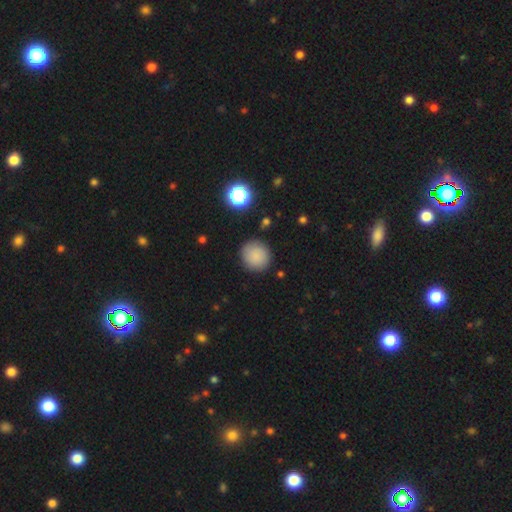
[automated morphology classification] This is clearly a smooth galaxy (85%). How rounded: clearly round (89%). Merging: clearly none (87%).